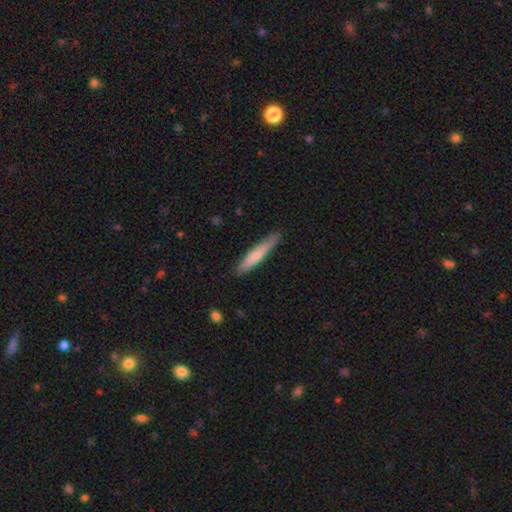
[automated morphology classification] Smooth or featured?
  - smooth: 69% *
  - featured or disk: 26%
  - star or artifact: 5%
How rounded?
  - cigar-shaped: 92% *
  - in between: 7%
  - round: 1%
Merging?
  - none: 83% *
  - minor disturbance: 13%
  - major disturbance: 2%
  - merger: 1%